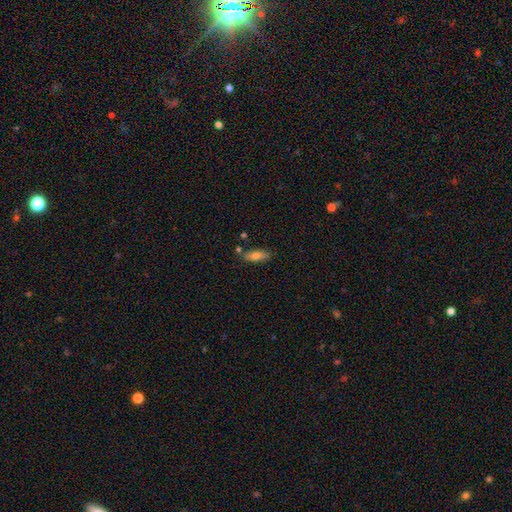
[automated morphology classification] smooth_or_featured: smooth (p=0.75) [alt: featured or disk p=0.18]
how_rounded: in between (p=0.66) [alt: cigar-shaped p=0.32]
merging: none (p=0.75) [alt: minor disturbance p=0.15]